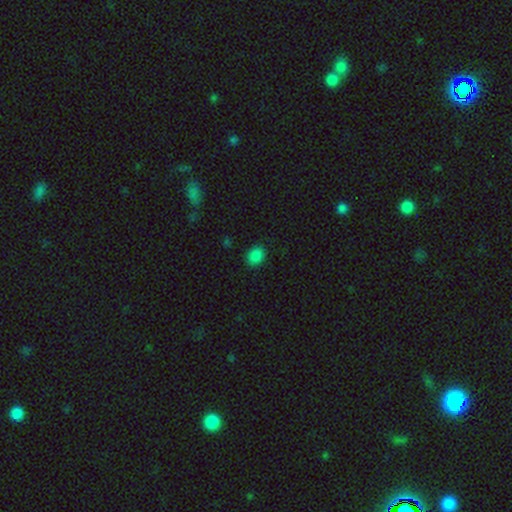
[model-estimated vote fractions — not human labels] A smooth galaxy with no disk features (85%) that is round (50%).

Vote fractions:
- Smooth or featured? smooth: 85% / star or artifact: 12% / featured or disk: 3%
- How rounded? round: 50% / in between: 49% / cigar-shaped: 1%
- Merging? none: 87% / minor disturbance: 9% / major disturbance: 2% / merger: 1%